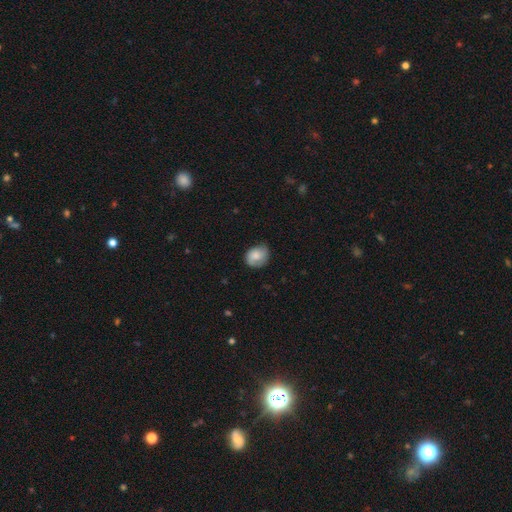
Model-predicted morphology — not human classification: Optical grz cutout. It shows a smooth galaxy with no disk features (71%) that is round (55%). Merging: none (64%).